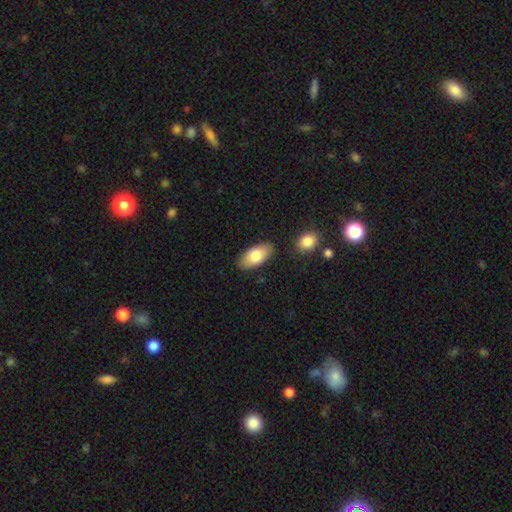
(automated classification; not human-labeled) Smooth or featured: smooth — 79% (featured or disk — 15%)
How rounded: in between — 92% (cigar-shaped — 5%)
Merging: none — 84% (minor disturbance — 10%)